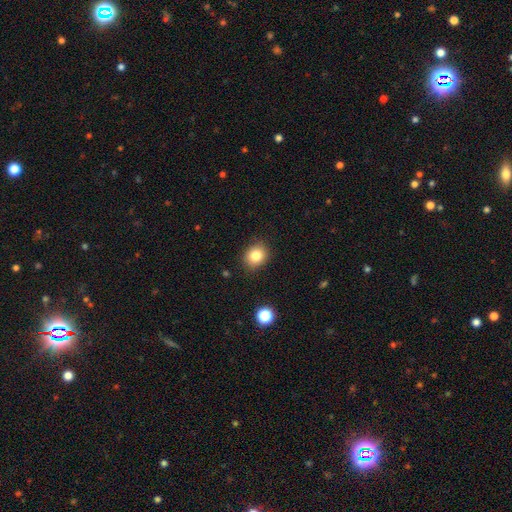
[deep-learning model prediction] A smooth galaxy with no disk features (82%) that is round (66%).

Vote fractions:
- Smooth or featured? smooth: 82% / star or artifact: 11% / featured or disk: 7%
- How rounded? round: 66% / in between: 34% / cigar-shaped: 1%
- Merging? none: 87% / minor disturbance: 9% / major disturbance: 2% / merger: 1%